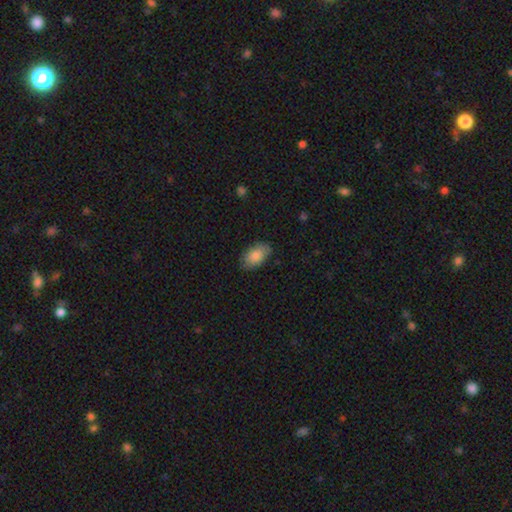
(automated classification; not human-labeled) smooth 86%, featured or disk 7%, star or artifact 6%. Down the decision tree: how rounded — in between (93%); merging — none (83%).